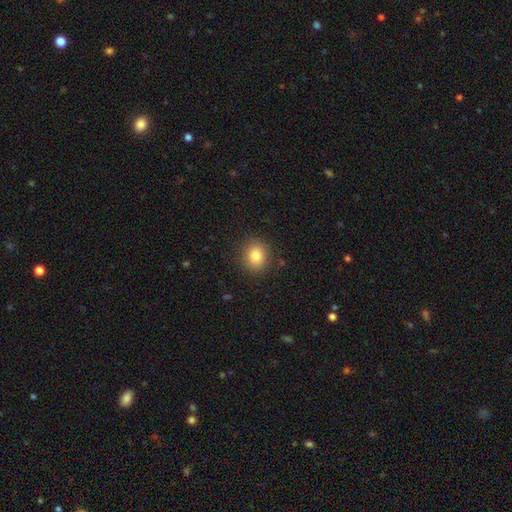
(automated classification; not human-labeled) A smooth galaxy with no disk features (82%) that is round (73%). Merging: none (88%).